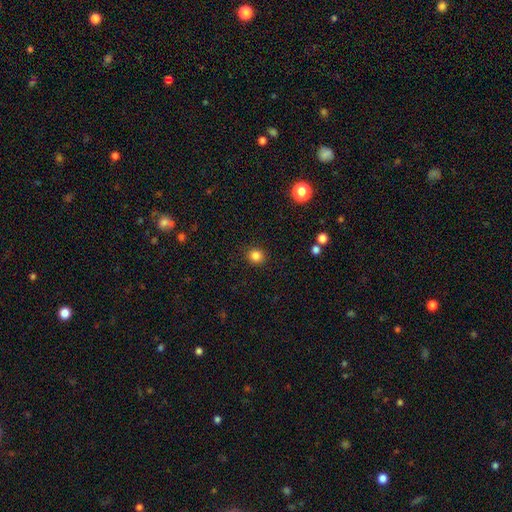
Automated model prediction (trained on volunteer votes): smooth_or_featured: smooth (p=0.84) [alt: star or artifact p=0.12]
how_rounded: round (p=0.89) [alt: in between p=0.11]
merging: none (p=0.91) [alt: minor disturbance p=0.06]